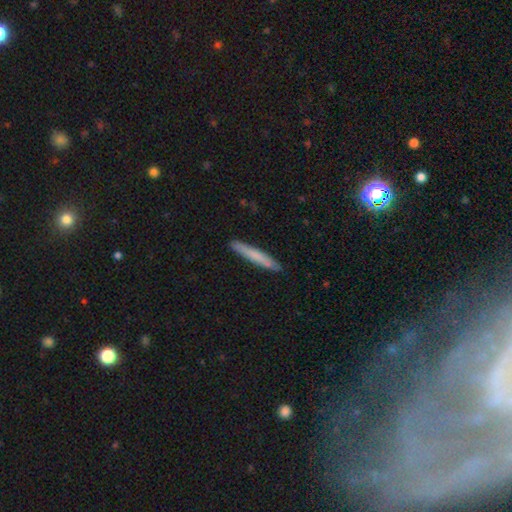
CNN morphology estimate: Overall: smooth (72%). How rounded: cigar-shaped (96%). Merging: none (89%).